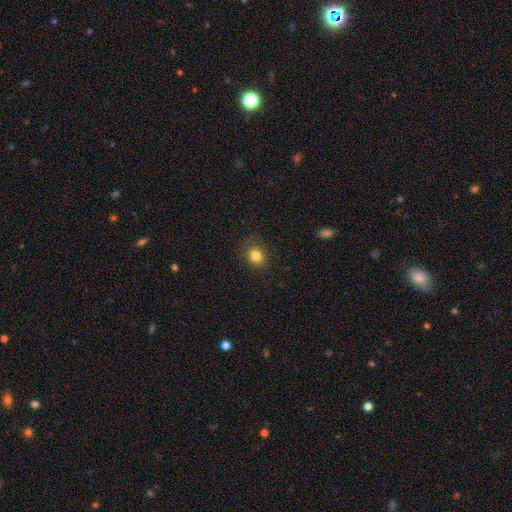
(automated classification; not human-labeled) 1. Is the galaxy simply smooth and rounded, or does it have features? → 83% smooth, 12% star or artifact, 6% featured or disk.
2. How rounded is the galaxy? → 78% round, 21% in between, 1% cigar-shaped.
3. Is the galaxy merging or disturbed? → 84% none, 11% minor disturbance, 4% major disturbance, 1% merger.